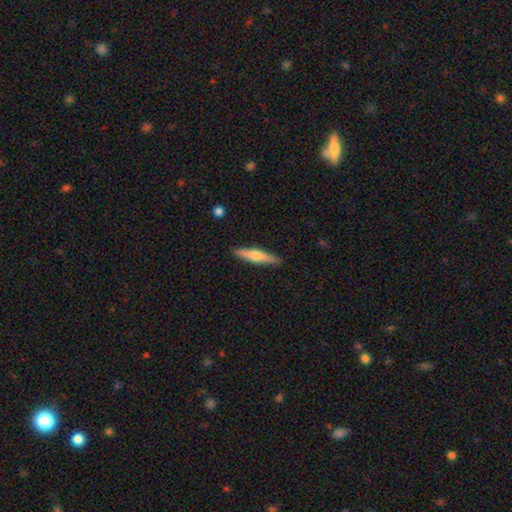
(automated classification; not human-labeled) Smooth or featured?
  - smooth: 48% *
  - featured or disk: 47%
  - star or artifact: 5%
Merging?
  - none: 89% *
  - minor disturbance: 8%
  - major disturbance: 2%
  - merger: 1%